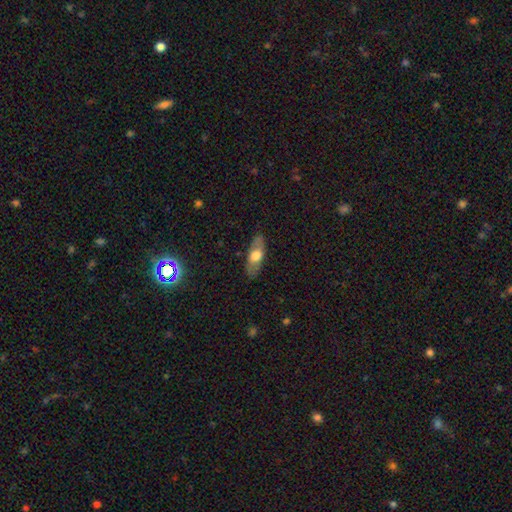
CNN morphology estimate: type=smooth (55%); roundness=in between (72%); merging=none (83%).